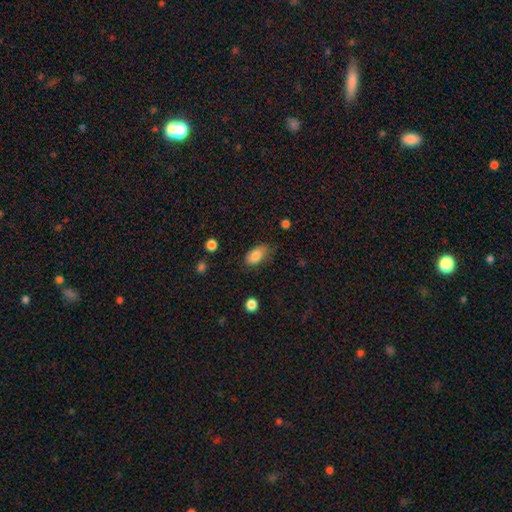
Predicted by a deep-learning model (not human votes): smooth_or_featured: smooth (p=0.84) [alt: featured or disk p=0.08]
how_rounded: in between (p=0.91) [alt: round p=0.05]
merging: none (p=0.63) [alt: minor disturbance p=0.27]